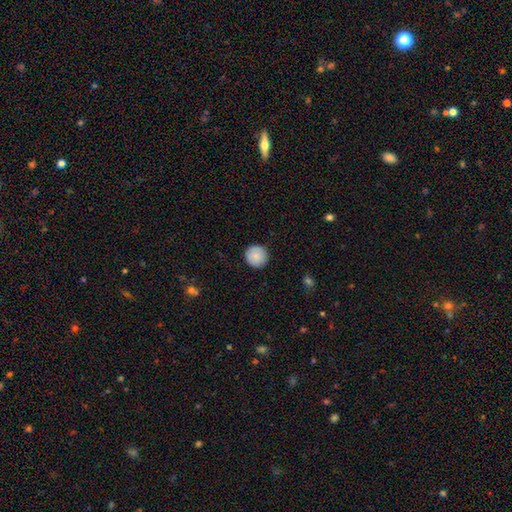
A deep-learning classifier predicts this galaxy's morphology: type=smooth (87%); roundness=round (95%); merging=none (91%).